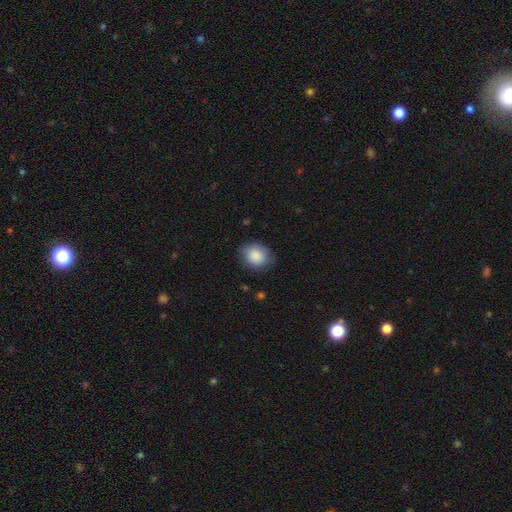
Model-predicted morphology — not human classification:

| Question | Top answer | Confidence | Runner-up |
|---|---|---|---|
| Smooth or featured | smooth | 88% | star or artifact (7%) |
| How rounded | round | 59% | in between (40%) |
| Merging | none | 80% | minor disturbance (15%) |